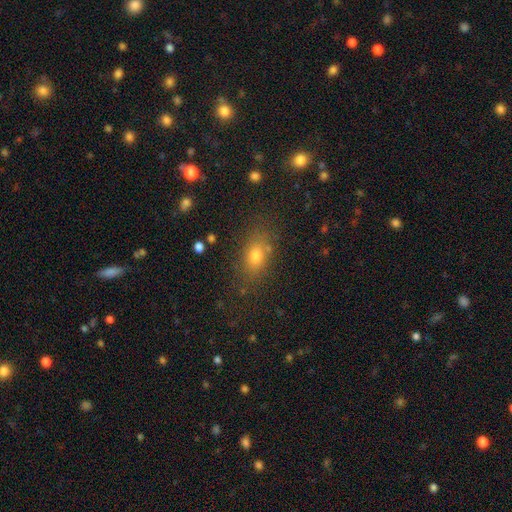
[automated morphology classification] This is likely a smooth galaxy (74%). How rounded: likely in between (76%). Merging: likely none (78%).